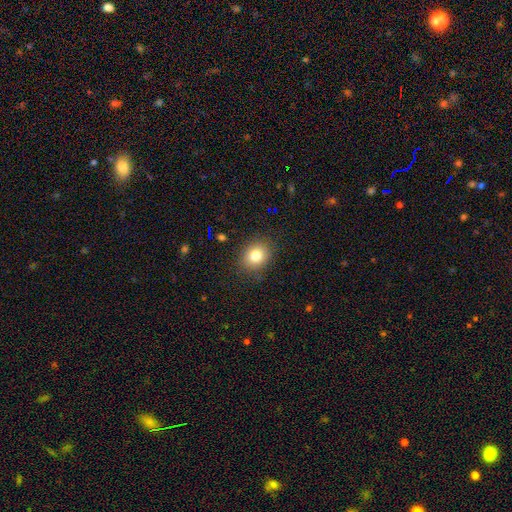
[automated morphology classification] smooth_or_featured: smooth (p=0.80) [alt: star or artifact p=0.11]
how_rounded: round (p=0.62) [alt: in between p=0.37]
merging: none (p=0.86) [alt: minor disturbance p=0.10]